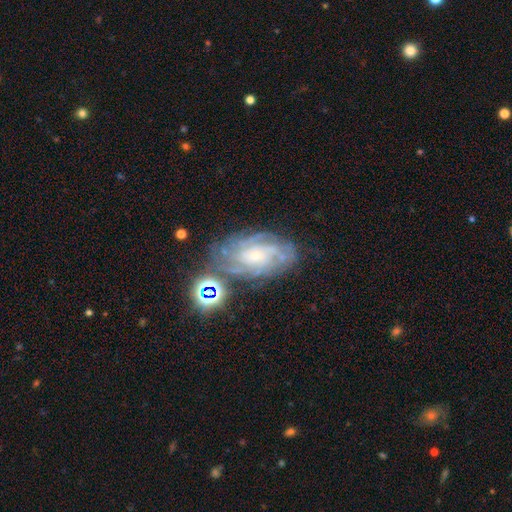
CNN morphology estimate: type=featured or disk (78%); edge-on=no (95%); bar=no (71%); spiral arms=yes (93%); winding=tight (63%); arm count=can't tell (39%); bulge=small (71%); merging=none (66%).